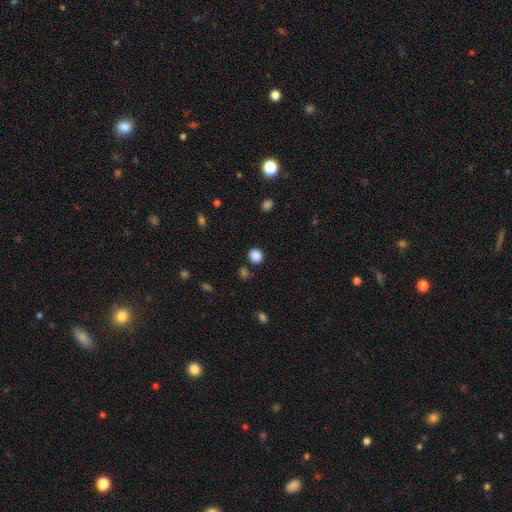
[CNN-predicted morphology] smooth 86%, star or artifact 11%, featured or disk 3%. Down the decision tree: how rounded — round (85%); merging — none (87%).